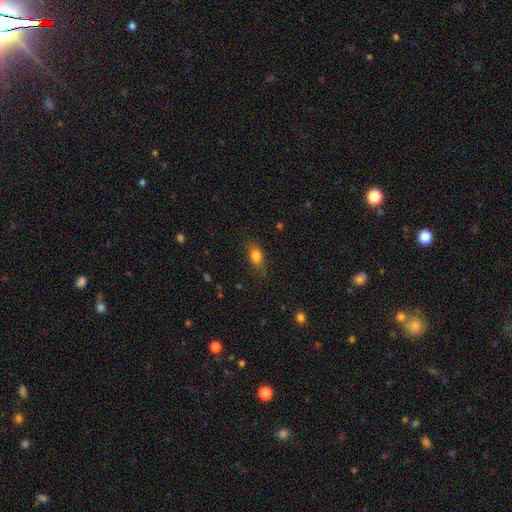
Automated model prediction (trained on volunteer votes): A smooth galaxy with no disk features (80%) that is in between round and cigar-shaped (74%). Merging: none (71%).